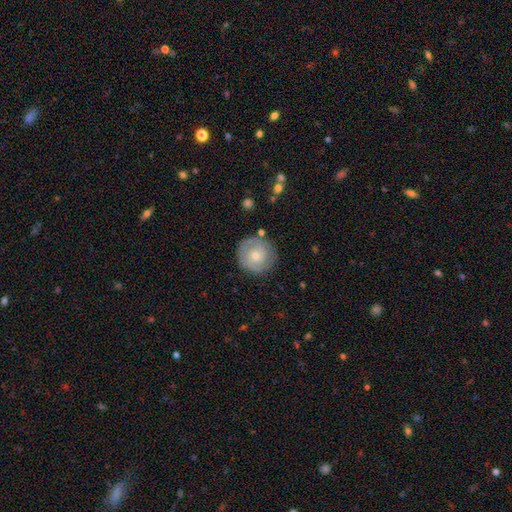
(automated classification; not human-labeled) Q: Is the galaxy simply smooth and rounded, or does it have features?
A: featured or disk — 51%.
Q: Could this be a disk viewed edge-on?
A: no — 97%.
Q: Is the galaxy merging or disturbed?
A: none — 79%.